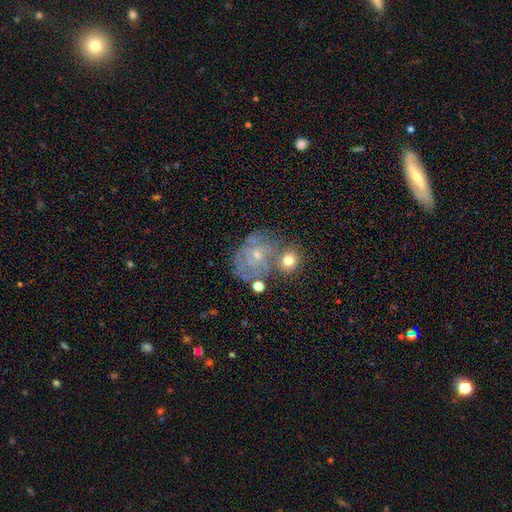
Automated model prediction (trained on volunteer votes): Smooth or featured? featured or disk (64%)
Edge-on disk? no (97%)
Bar? no (76%)
Spiral arms? yes (72%)
Bulge size? small (70%)
Merging? none (45%)